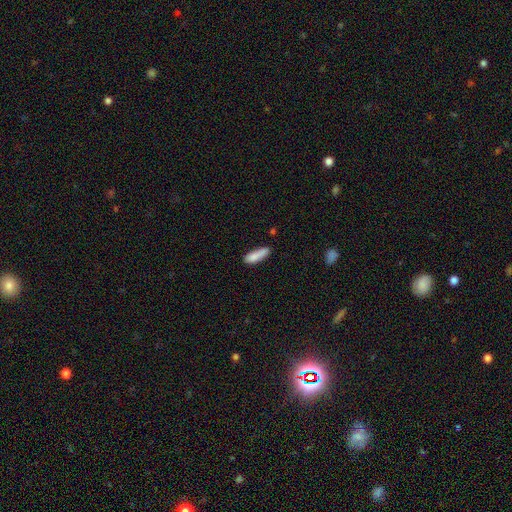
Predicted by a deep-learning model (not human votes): Smooth or featured? Predicted: smooth (p=0.85). How rounded? Predicted: cigar-shaped (p=0.57). Merging? Predicted: none (p=0.68).